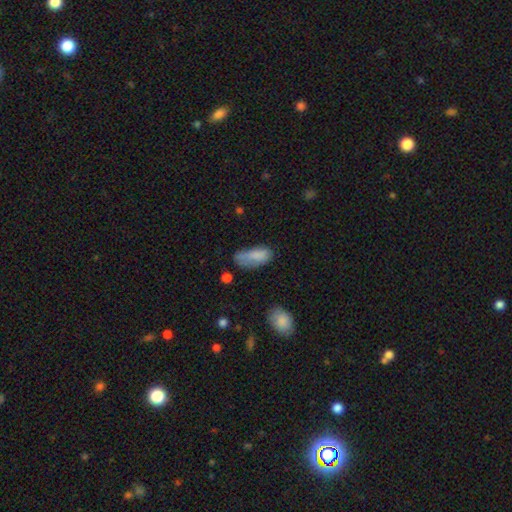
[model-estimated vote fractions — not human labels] smooth-or-featured: smooth: 78% | featured or disk: 13% | star or artifact: 8%
  how-rounded: in between: 84% | cigar-shaped: 14% | round: 3%
  merging: none: 43% | minor disturbance: 34% | major disturbance: 18% | merger: 6%